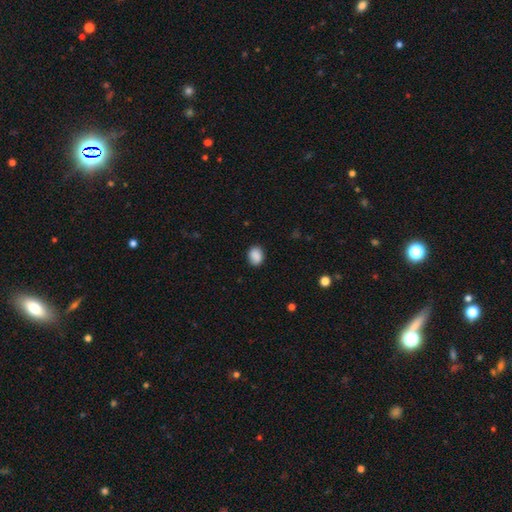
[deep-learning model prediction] smooth 89%, star or artifact 8%, featured or disk 3%. Down the decision tree: how rounded — in between (52%); merging — none (87%).